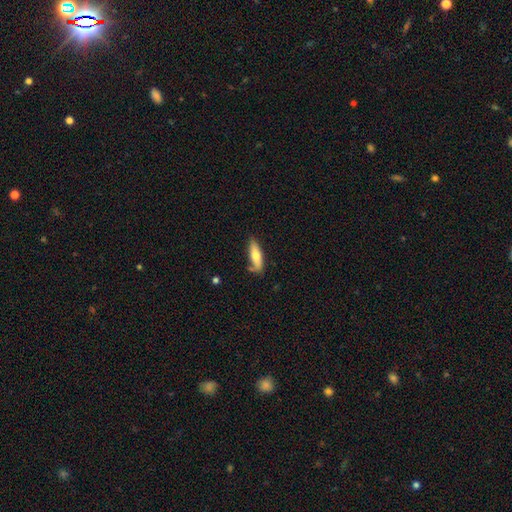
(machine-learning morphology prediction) Smooth or featured? smooth (67%)
How rounded? cigar-shaped (51%)
Merging? none (69%)